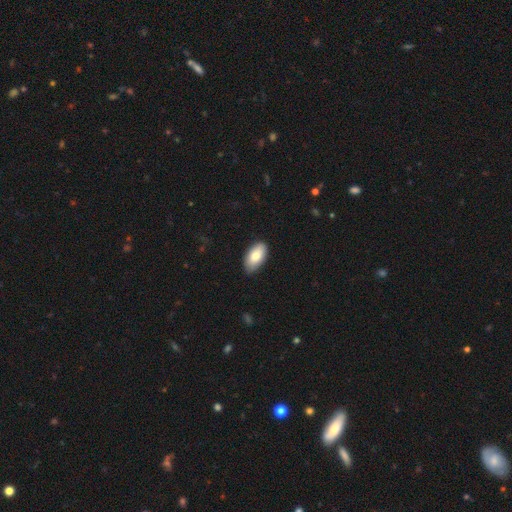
smooth_or_featured: smooth (p=0.87) [alt: featured or disk p=0.08]
how_rounded: in between (p=0.97) [alt: round p=0.03]
merging: none (p=0.67) [alt: minor disturbance p=0.33]